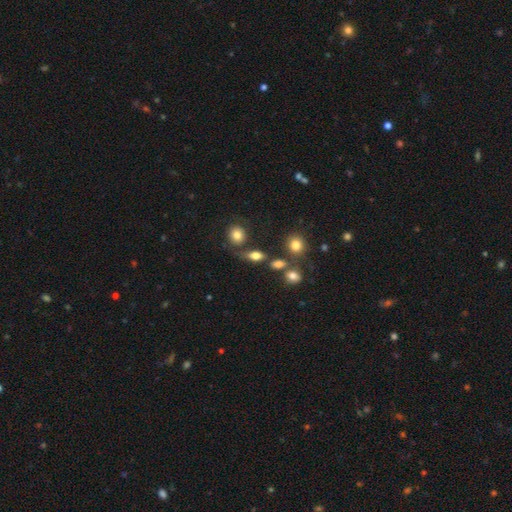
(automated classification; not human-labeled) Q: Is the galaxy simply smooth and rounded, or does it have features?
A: smooth — 70%.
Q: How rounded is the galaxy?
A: in between — 70%.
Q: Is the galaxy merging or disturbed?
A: none — 60%.